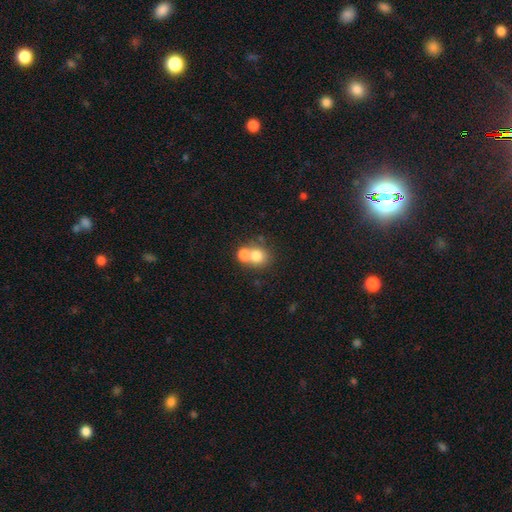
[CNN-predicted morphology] smooth-or-featured: smooth: 75% | featured or disk: 14% | star or artifact: 11%
  how-rounded: round: 79% | in between: 20% | cigar-shaped: 1%
  merging: merger: 55% | none: 37% | minor disturbance: 6% | major disturbance: 3%